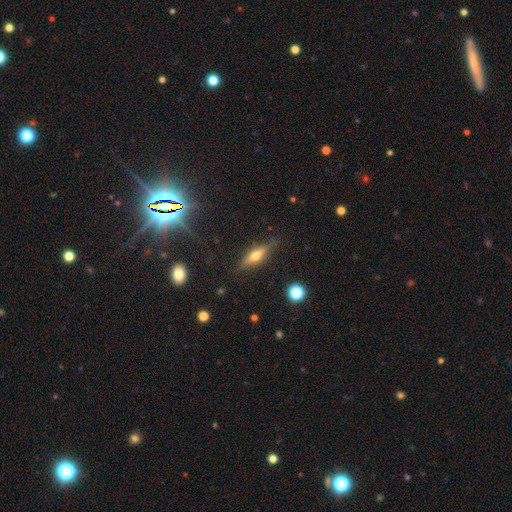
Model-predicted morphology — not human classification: This is possibly a featured or disk galaxy (58%). It is clearly viewed edge-on (93%). Edge-on bulge: clearly rounded (91%). Merging: clearly none (85%).